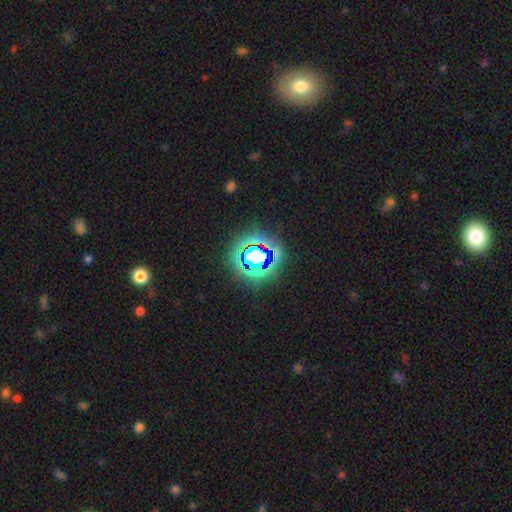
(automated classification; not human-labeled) smooth_or_featured: star or artifact (p=0.72) [alt: smooth p=0.17]